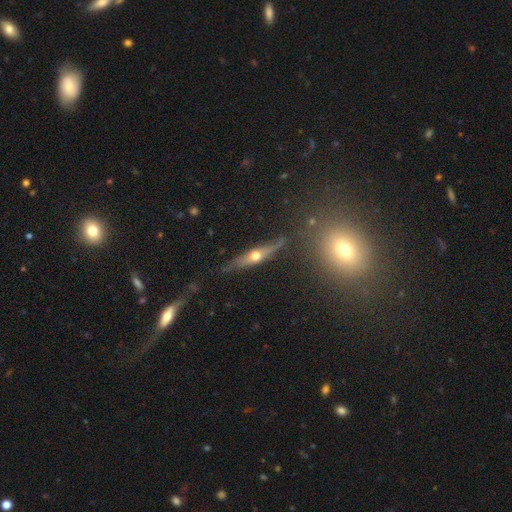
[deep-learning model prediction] featured or disk 59%, smooth 31%, star or artifact 9%. Down the decision tree: edge-on disk — yes (89%); edge-on bulge — rounded (91%); merging — none (77%).